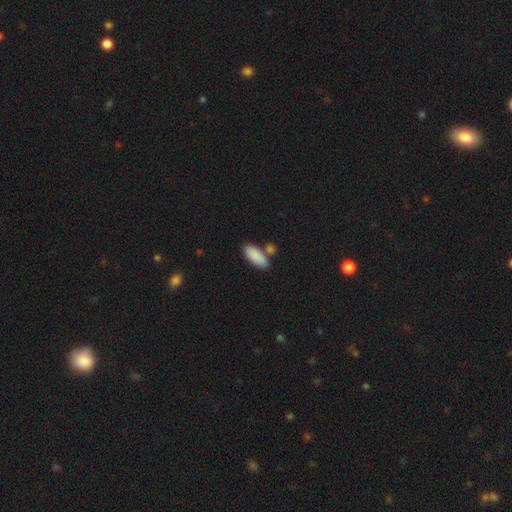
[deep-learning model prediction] smooth-or-featured: smooth: 89% | star or artifact: 6% | featured or disk: 5%
  how-rounded: in between: 82% | cigar-shaped: 16% | round: 2%
  merging: none: 66% | merger: 19% | minor disturbance: 12% | major disturbance: 3%